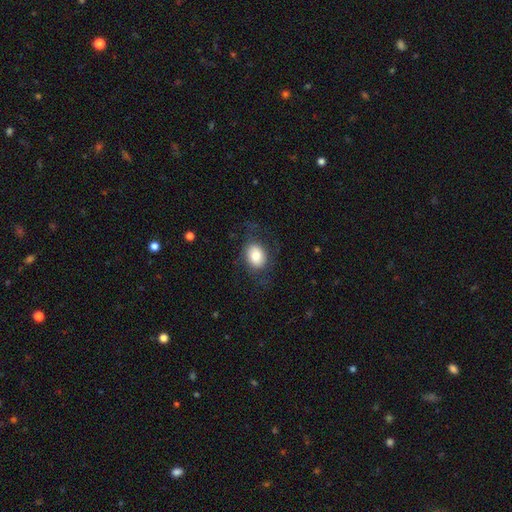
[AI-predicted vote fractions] Smooth or featured? smooth (75%)
How rounded? in between (61%)
Merging? none (66%)